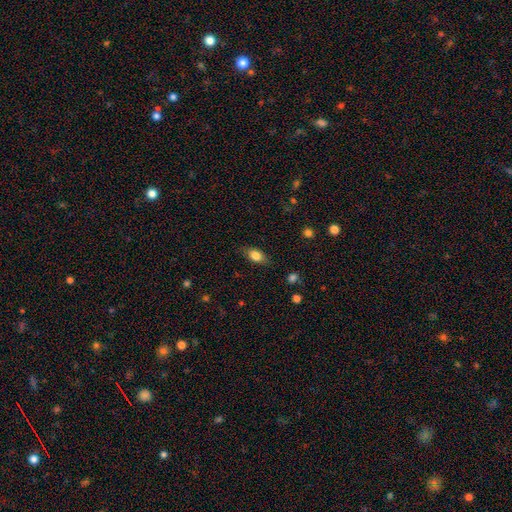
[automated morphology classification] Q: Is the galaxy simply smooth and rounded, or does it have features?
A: smooth — 81%.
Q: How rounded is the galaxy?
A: in between — 84%.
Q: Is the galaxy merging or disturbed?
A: none — 80%.